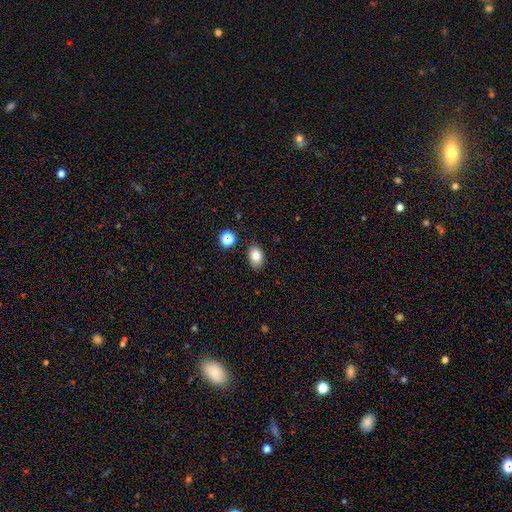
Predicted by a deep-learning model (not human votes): A smooth galaxy with no disk features (81%) that is in between round and cigar-shaped (76%). Merging: none (83%).